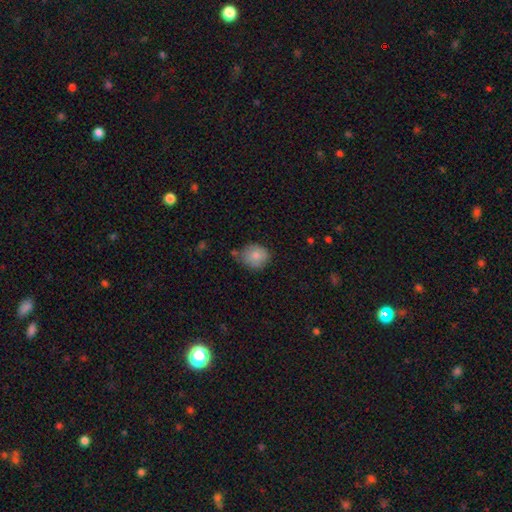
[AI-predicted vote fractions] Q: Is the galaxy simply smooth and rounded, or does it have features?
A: smooth — 81%.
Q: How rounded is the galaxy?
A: round — 74%.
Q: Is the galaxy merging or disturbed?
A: none — 65%.